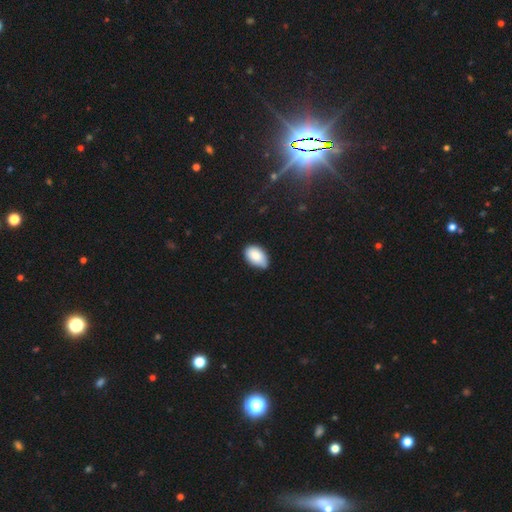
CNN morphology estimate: Smooth or featured?
  - smooth: 87% *
  - star or artifact: 7%
  - featured or disk: 6%
How rounded?
  - in between: 93% *
  - round: 6%
  - cigar-shaped: 1%
Merging?
  - none: 61% *
  - minor disturbance: 33%
  - major disturbance: 4%
  - merger: 2%